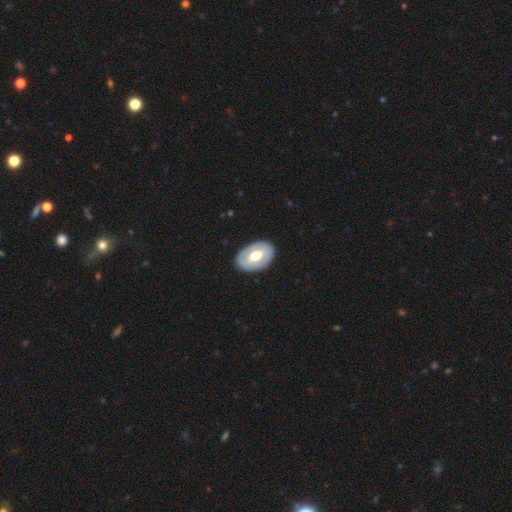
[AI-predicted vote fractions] featured or disk 50%, smooth 45%, star or artifact 5%. Down the decision tree: merging — none (86%).